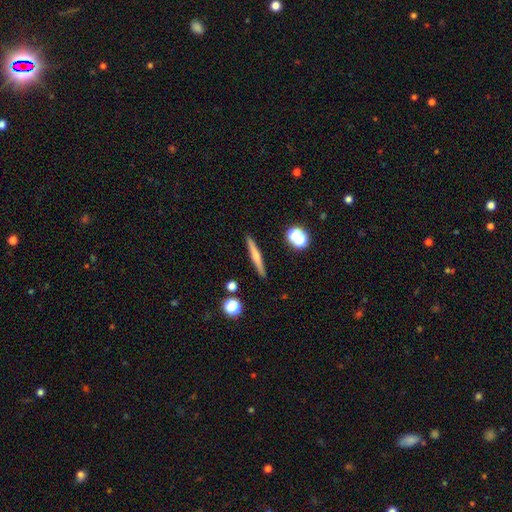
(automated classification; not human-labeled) Morphology: type=featured or disk (48%); merging=none (90%).